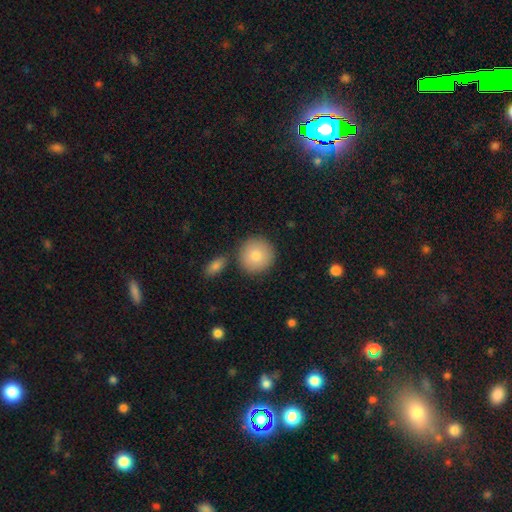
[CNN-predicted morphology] This appears to be a smooth galaxy with no disk features (83%) that is round (93%). Merging: none (80%).